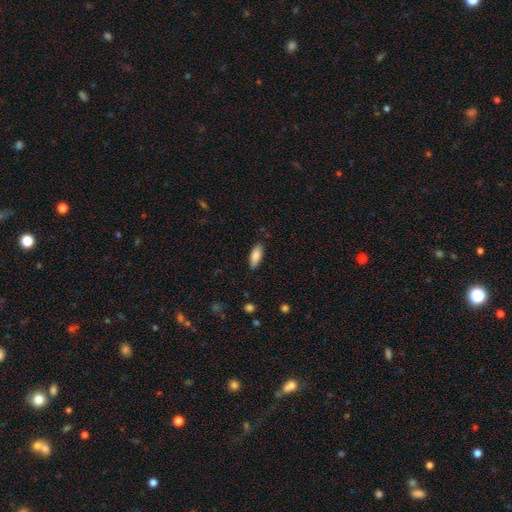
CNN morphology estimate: Smooth or featured? Predicted: smooth (p=0.85). How rounded? Predicted: in between (p=0.75). Merging? Predicted: none (p=0.86).